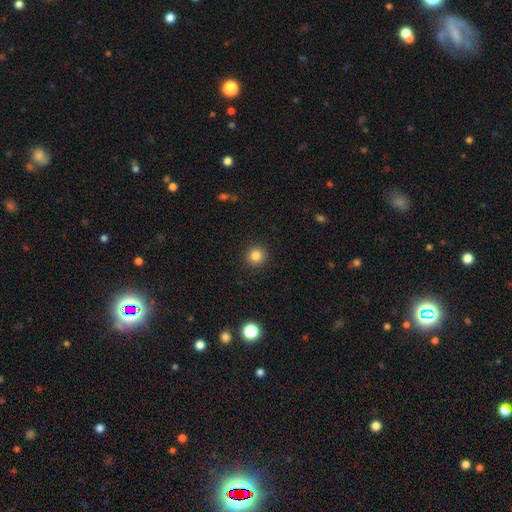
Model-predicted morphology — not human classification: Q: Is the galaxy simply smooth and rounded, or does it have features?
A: smooth — 84%.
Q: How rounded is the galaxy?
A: round — 95%.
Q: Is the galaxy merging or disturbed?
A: none — 93%.